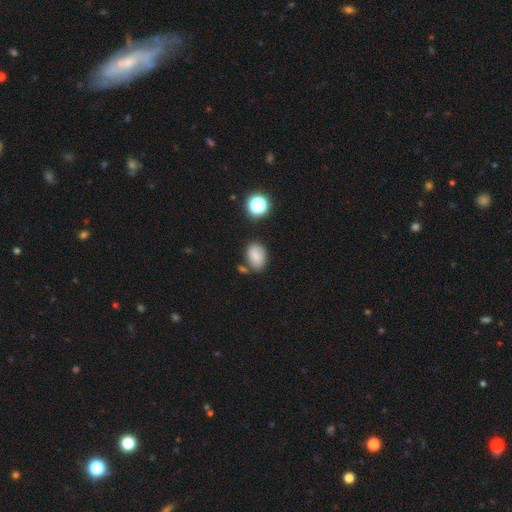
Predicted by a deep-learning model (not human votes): Overall: smooth (76%). How rounded: in between (78%). Merging: none (69%).